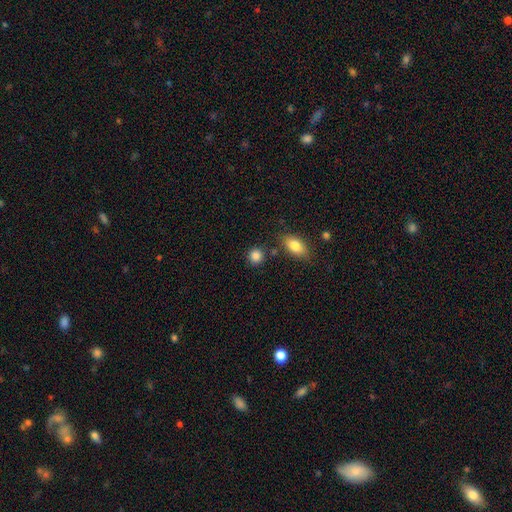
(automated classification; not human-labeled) Q: Smooth or featured?
A: smooth (87%); runner-up: star or artifact (9%)
Q: How rounded?
A: round (84%); runner-up: in between (15%)
Q: Merging?
A: none (81%); runner-up: minor disturbance (9%)